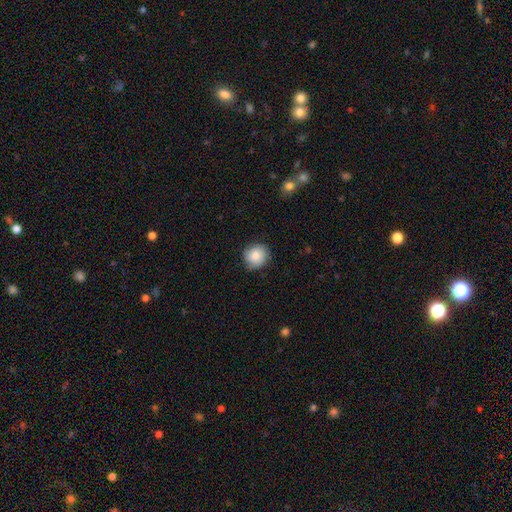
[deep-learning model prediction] Smooth or featured: smooth — 84% (featured or disk — 9%)
How rounded: round — 85% (in between — 14%)
Merging: none — 80% (minor disturbance — 16%)